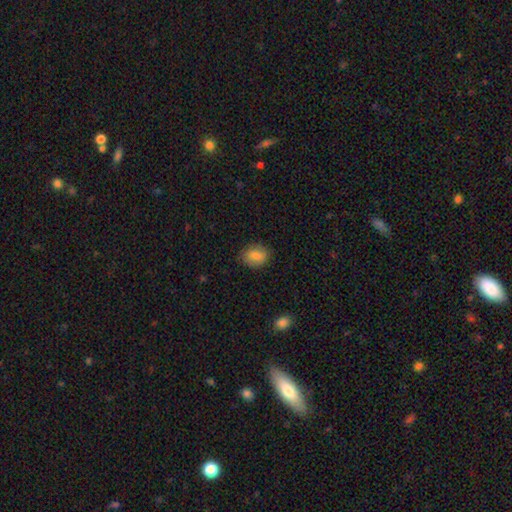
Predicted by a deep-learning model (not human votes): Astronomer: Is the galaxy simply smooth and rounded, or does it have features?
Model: smooth — 85%.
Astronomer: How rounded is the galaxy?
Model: in between — 60% (runner-up: round, 39%).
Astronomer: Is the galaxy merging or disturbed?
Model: none — 81%.